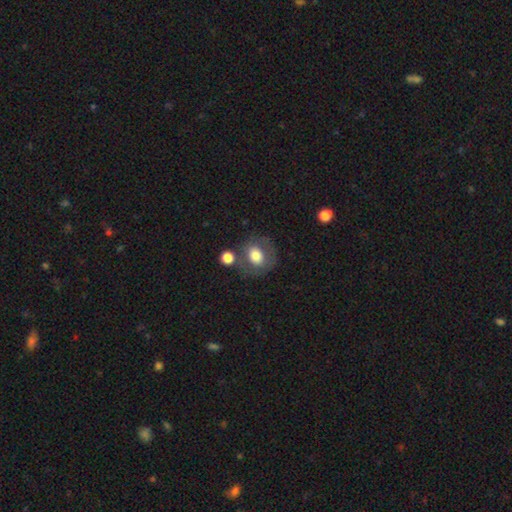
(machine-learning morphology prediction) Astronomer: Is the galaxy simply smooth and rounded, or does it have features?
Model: smooth — 67%.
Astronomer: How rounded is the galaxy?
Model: round — 66%.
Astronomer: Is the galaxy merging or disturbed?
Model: none — 62%.